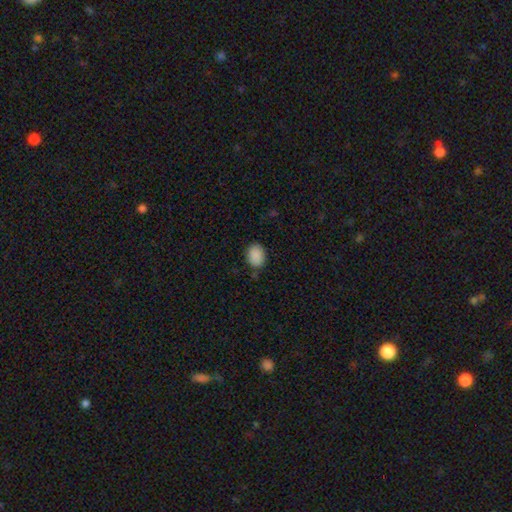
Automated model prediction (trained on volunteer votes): The model was most divided on "how rounded": in between: 68%, round: 31%, cigar-shaped: 1%. More confident: smooth or featured — smooth (89%); merging — none (81%).